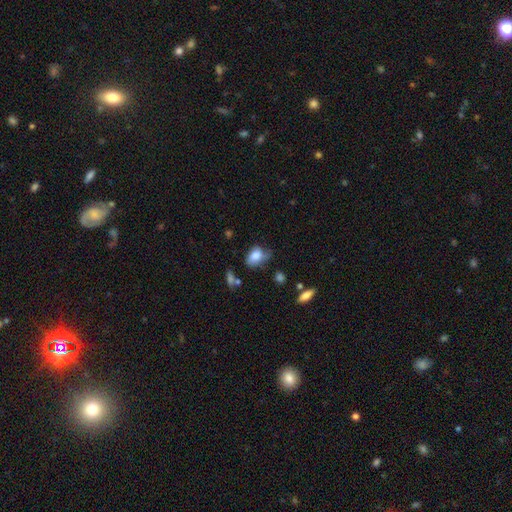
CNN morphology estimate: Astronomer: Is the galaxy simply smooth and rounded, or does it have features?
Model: smooth — 77%.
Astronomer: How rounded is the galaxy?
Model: in between — 80%.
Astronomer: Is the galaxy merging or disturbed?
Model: minor disturbance — 39% (runner-up: none, 36%).